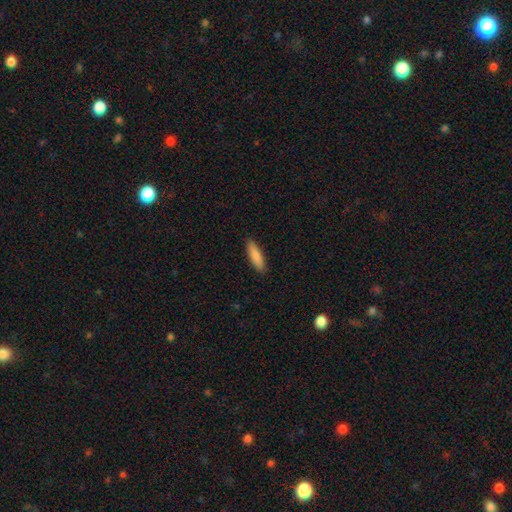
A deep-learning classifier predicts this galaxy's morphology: This is clearly a smooth galaxy (86%). How rounded: likely cigar-shaped (66%). Merging: clearly none (90%).